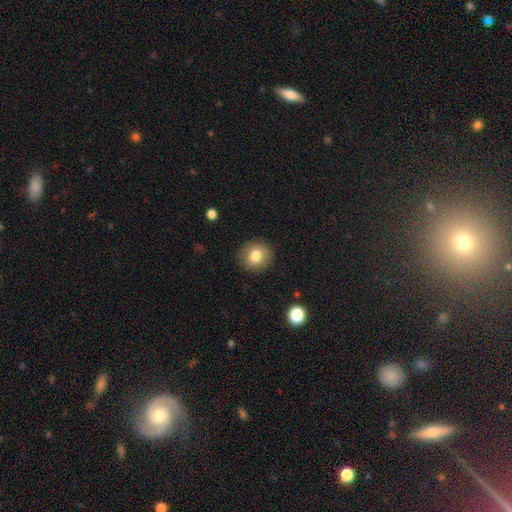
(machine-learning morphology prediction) Smooth or featured? smooth (81%)
How rounded? round (87%)
Merging? none (89%)